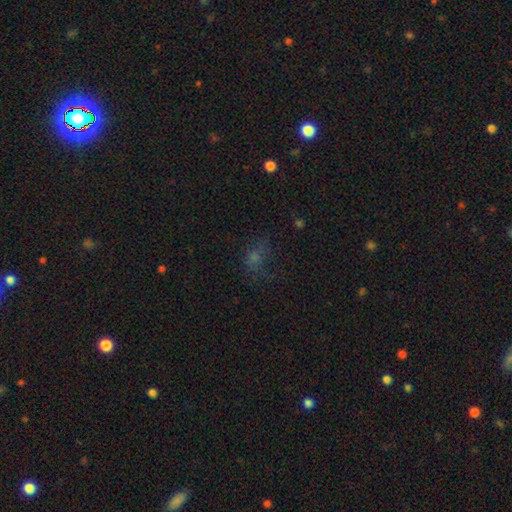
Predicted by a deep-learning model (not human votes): The model was most divided on "smooth or featured": smooth: 50%, star or artifact: 32%, featured or disk: 18%. Remaining: how rounded — in between (61%); merging — none (49%).